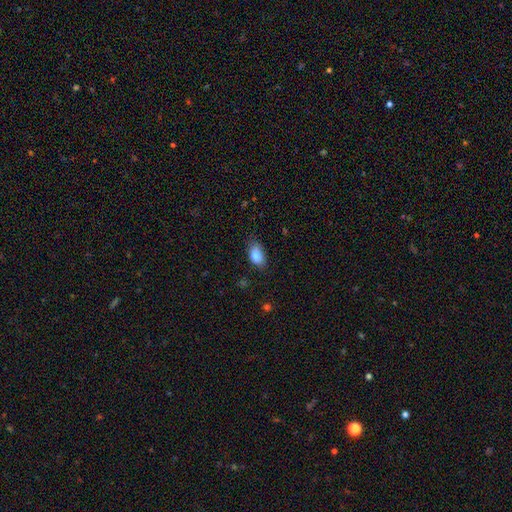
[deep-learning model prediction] Smooth or featured: smooth — 85% (star or artifact — 8%)
How rounded: in between — 90% (round — 7%)
Merging: none — 74% (minor disturbance — 21%)